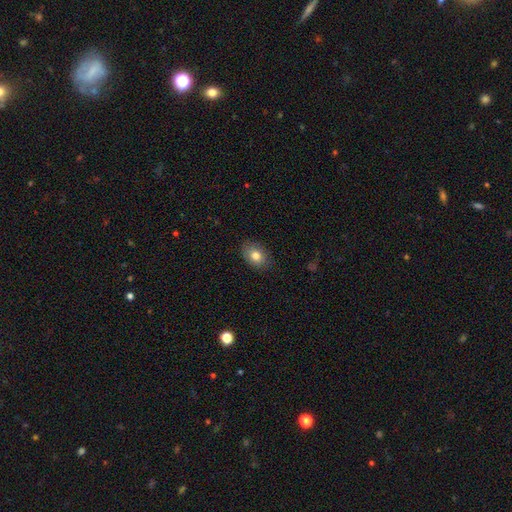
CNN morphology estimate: Smooth or featured?
  - smooth: 80% *
  - featured or disk: 11%
  - star or artifact: 9%
How rounded?
  - in between: 76% *
  - round: 22%
  - cigar-shaped: 1%
Merging?
  - none: 85% *
  - minor disturbance: 11%
  - major disturbance: 2%
  - merger: 1%